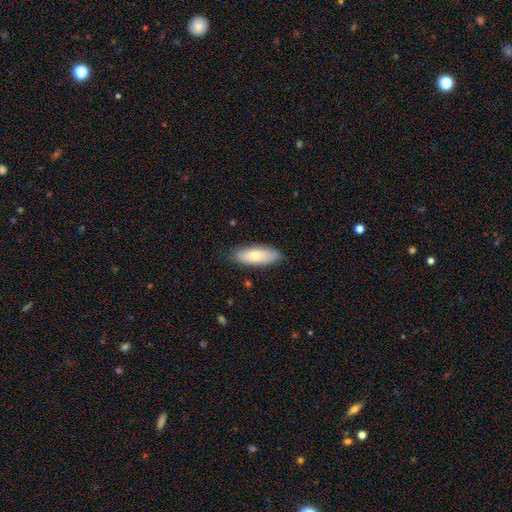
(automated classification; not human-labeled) This appears to be a smooth galaxy with no disk features (73%) that is in between round and cigar-shaped (70%). Merging: none (84%).